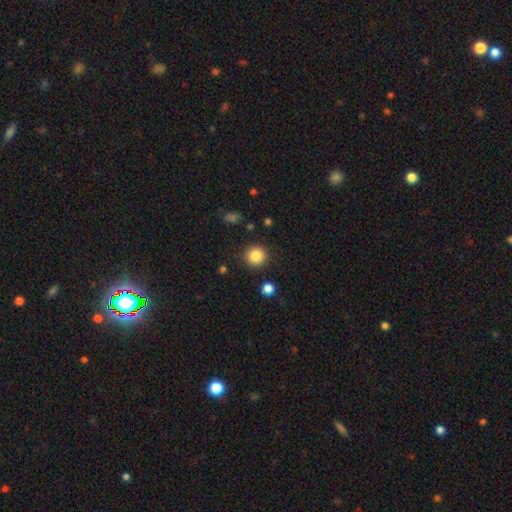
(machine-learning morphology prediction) This appears to be a smooth galaxy with no disk features (85%) that is round (93%). Merging: none (89%).